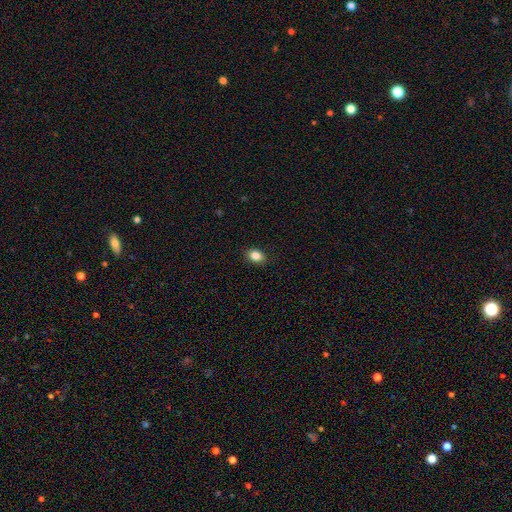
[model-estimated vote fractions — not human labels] smooth_or_featured: smooth (p=0.85) [alt: star or artifact p=0.09]
how_rounded: in between (p=0.72) [alt: round p=0.27]
merging: none (p=0.89) [alt: minor disturbance p=0.08]